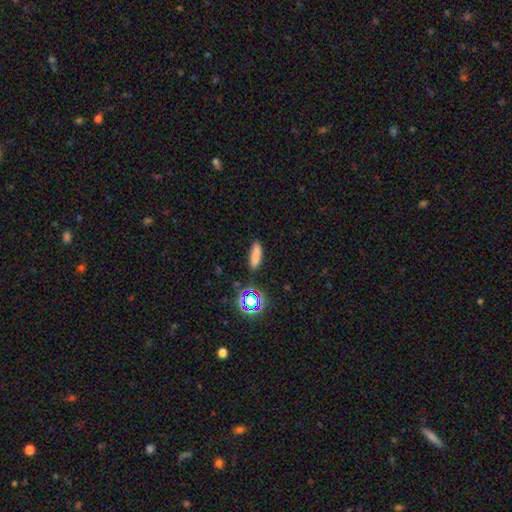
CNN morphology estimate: The model was most divided on "how rounded": cigar-shaped: 53%, in between: 43%, round: 4%. More confident: merging — none (80%); smooth or featured — smooth (76%).